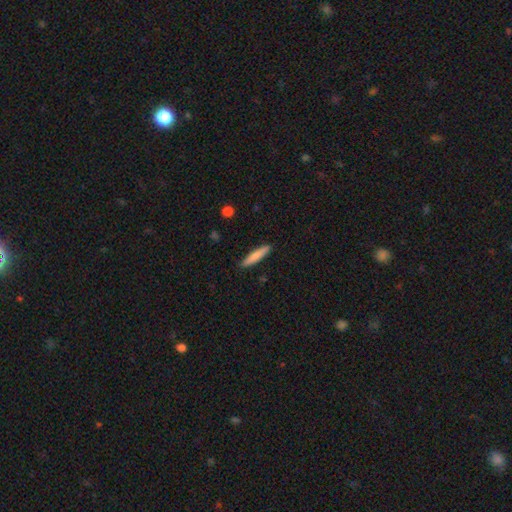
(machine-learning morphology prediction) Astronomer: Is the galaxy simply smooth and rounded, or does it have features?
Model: smooth — 81%.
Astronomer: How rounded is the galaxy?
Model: cigar-shaped — 89%.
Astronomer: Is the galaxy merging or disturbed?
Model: none — 89%.